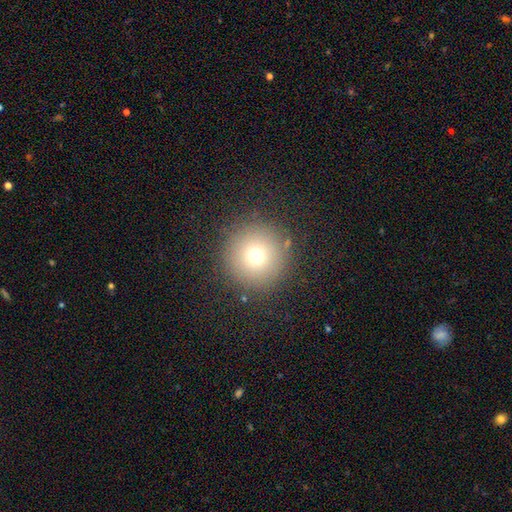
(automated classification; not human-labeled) Morphology: type=smooth (72%); roundness=round (96%); merging=none (88%).